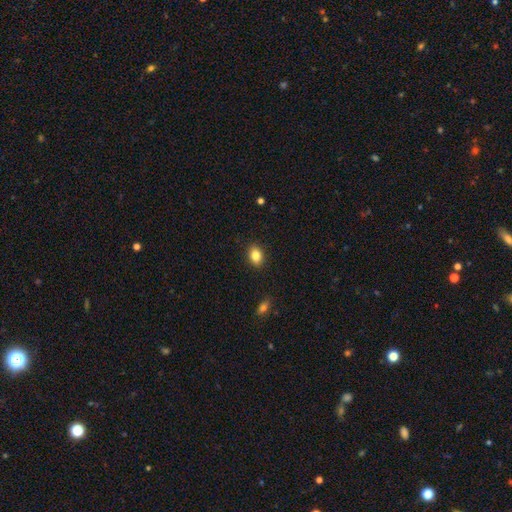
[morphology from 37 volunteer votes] Volunteers were most divided on "how rounded": in between: 79%, round: 18%, cigar-shaped: 3%. More confident: smooth or featured — smooth (92%); merging — none (81%).